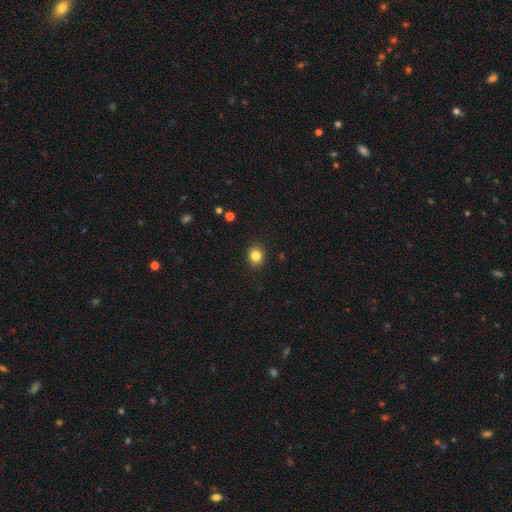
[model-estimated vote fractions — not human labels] This appears to be a smooth galaxy with no disk features (83%) that is round (77%). Merging: none (91%).